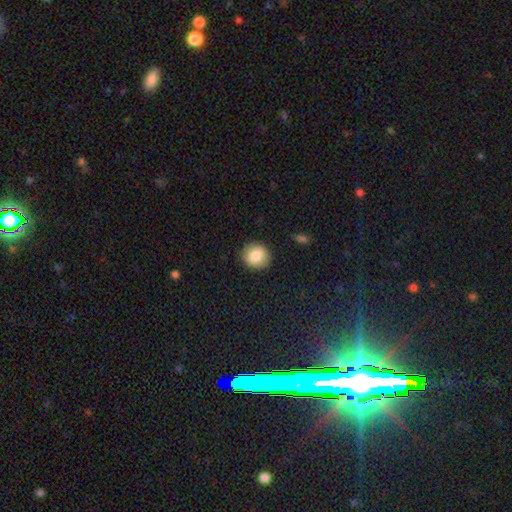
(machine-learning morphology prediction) Smooth or featured?
  - smooth: 84% *
  - star or artifact: 8%
  - featured or disk: 8%
How rounded?
  - round: 85% *
  - in between: 14%
  - cigar-shaped: 1%
Merging?
  - none: 89% *
  - minor disturbance: 8%
  - major disturbance: 2%
  - merger: 1%